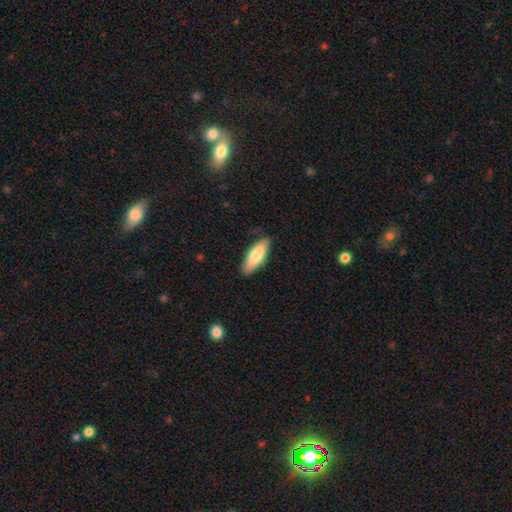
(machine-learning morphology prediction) A smooth galaxy with no disk features (79%) that is in between round and cigar-shaped (62%).

Vote fractions:
- Smooth or featured? smooth: 79% / featured or disk: 16% / star or artifact: 5%
- How rounded? in between: 62% / cigar-shaped: 36% / round: 2%
- Merging? none: 85% / minor disturbance: 12% / major disturbance: 2% / merger: 1%